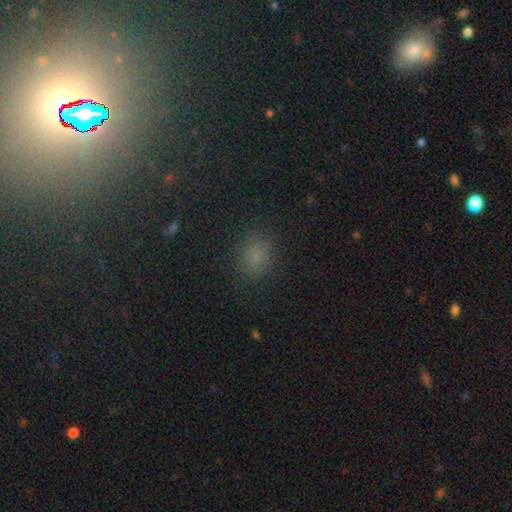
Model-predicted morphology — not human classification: smooth_or_featured: smooth (p=0.75) [alt: star or artifact p=0.19]
how_rounded: round (p=0.53) [alt: in between p=0.46]
merging: none (p=0.85) [alt: minor disturbance p=0.11]